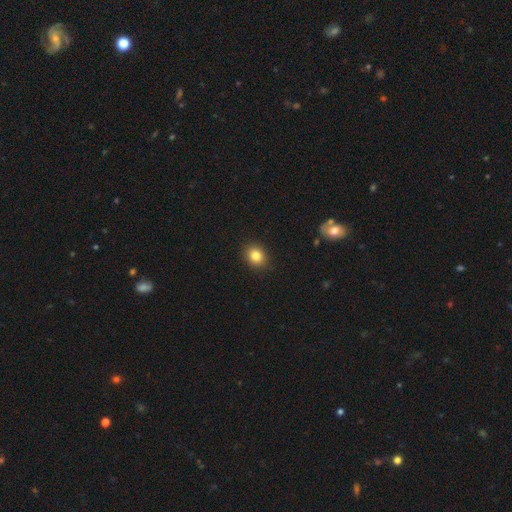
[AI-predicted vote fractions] Morphology: type=smooth (83%); roundness=round (61%); merging=none (90%).